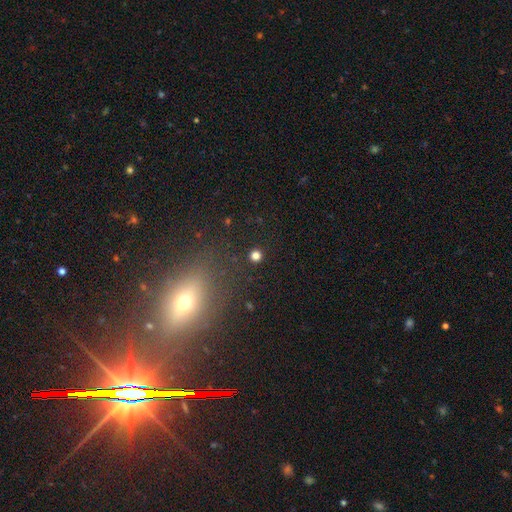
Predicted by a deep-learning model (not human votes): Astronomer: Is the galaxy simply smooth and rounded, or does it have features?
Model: smooth — 79%.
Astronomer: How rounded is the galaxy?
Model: round — 93%.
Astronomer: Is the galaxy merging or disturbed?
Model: none — 91%.